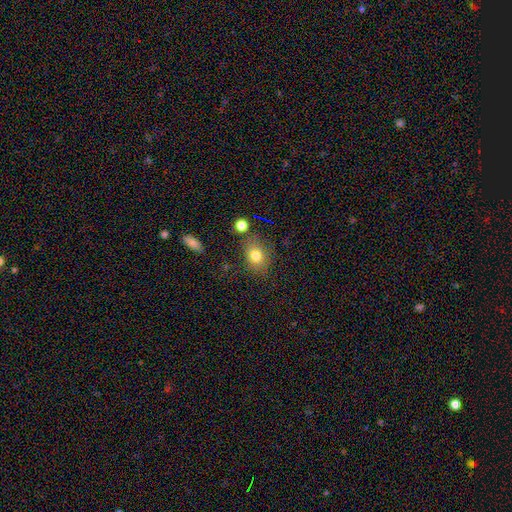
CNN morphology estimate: This appears to be a smooth galaxy with no disk features (77%) that is in between round and cigar-shaped (53%). Merging: none (74%).